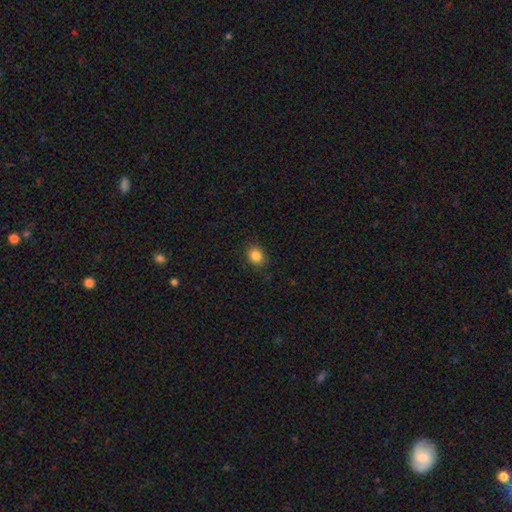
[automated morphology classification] Smooth or featured? smooth (84%)
How rounded? round (67%)
Merging? none (88%)